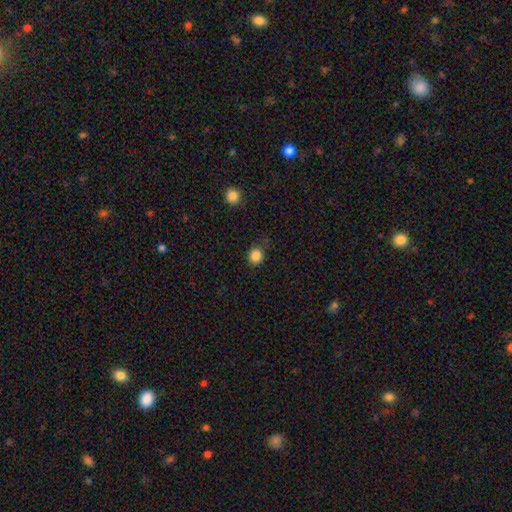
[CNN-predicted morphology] smooth_or_featured: smooth (p=0.86) [alt: star or artifact p=0.11]
how_rounded: round (p=0.89) [alt: in between p=0.10]
merging: none (p=0.84) [alt: minor disturbance p=0.11]